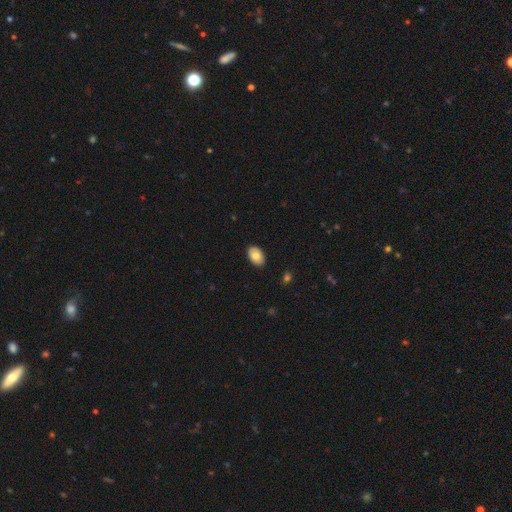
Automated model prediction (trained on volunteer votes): smooth 76%, featured or disk 17%, star or artifact 7%. Down the decision tree: how rounded — in between (89%); merging — none (88%).